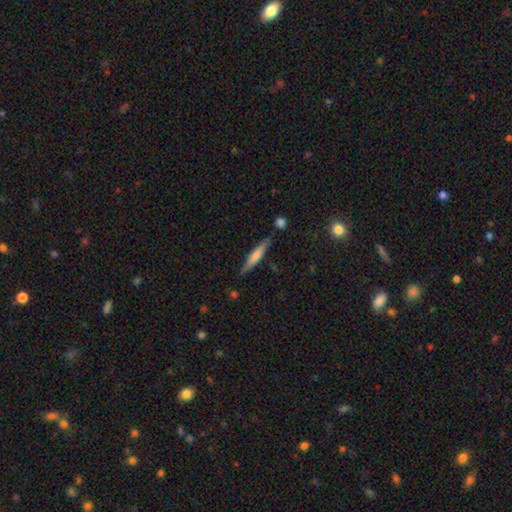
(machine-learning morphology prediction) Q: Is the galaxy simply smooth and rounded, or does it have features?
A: smooth — 55%.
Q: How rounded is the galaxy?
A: cigar-shaped — 91%.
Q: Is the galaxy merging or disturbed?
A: none — 84%.